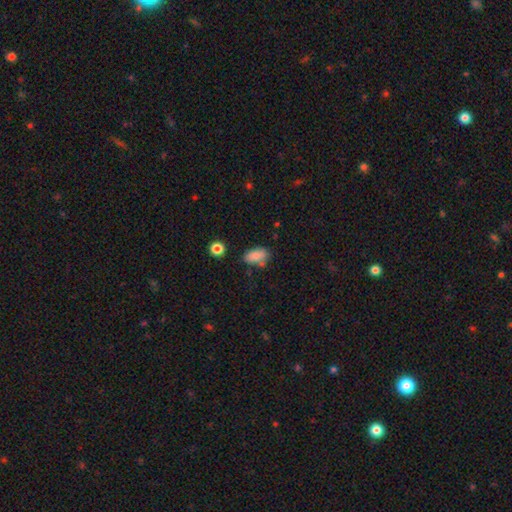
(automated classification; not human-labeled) This appears to be a smooth galaxy with no disk features (83%) that is in between round and cigar-shaped (91%). Merging: none (71%).